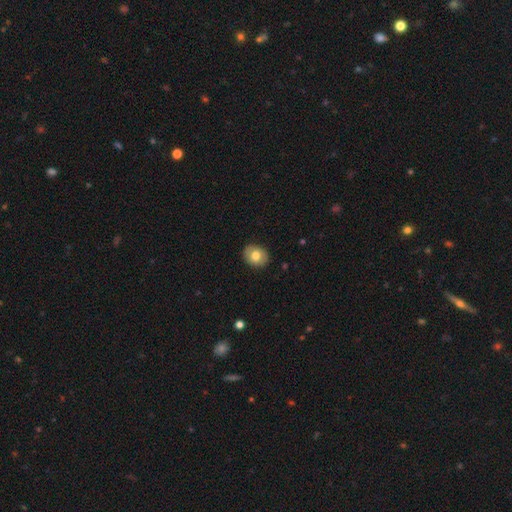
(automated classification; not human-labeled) Smooth or featured? Predicted: smooth (p=0.74). How rounded? Predicted: round (p=0.53). Merging? Predicted: none (p=0.89).